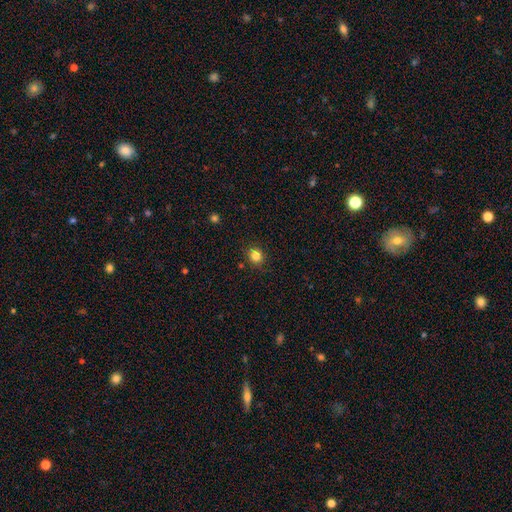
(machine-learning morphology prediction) This appears to be a smooth galaxy with no disk features (83%) that is round (76%). Merging: none (87%).